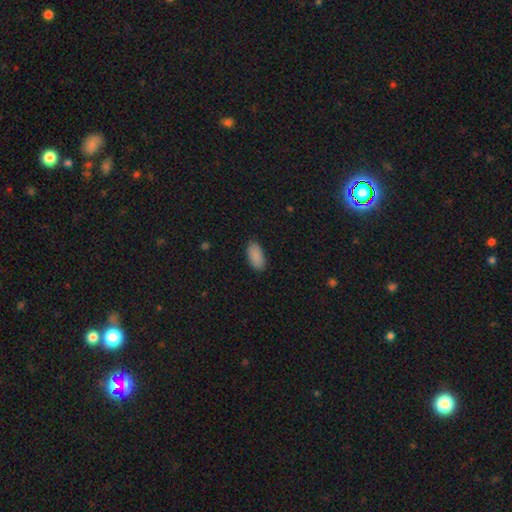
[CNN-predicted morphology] A smooth galaxy with no disk features (89%) that is in between round and cigar-shaped (93%). Merging: none (87%).